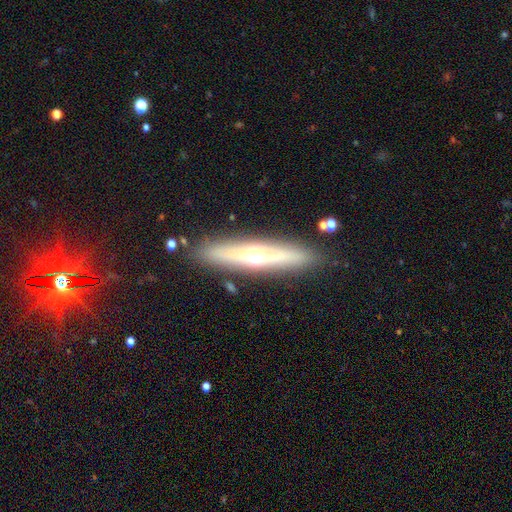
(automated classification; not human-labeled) featured or disk 56%, smooth 37%, star or artifact 7%. Down the decision tree: edge-on disk — yes (88%); merging — none (86%).